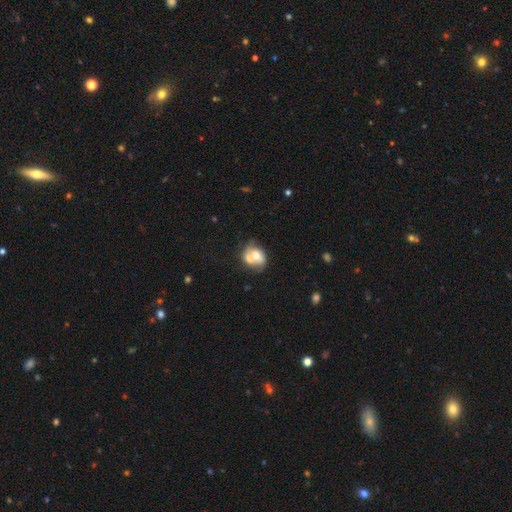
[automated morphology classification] type=smooth (53%); roundness=in between (53%); merging=merger (55%).